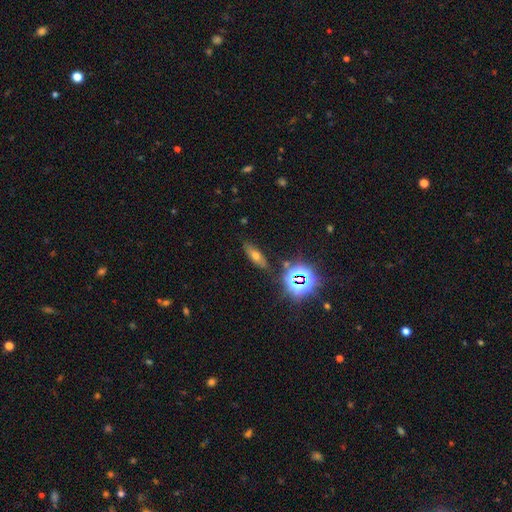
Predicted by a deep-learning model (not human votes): smooth 52%, star or artifact 24%, featured or disk 24%. Down the decision tree: how rounded — in between (59%); merging — none (82%).